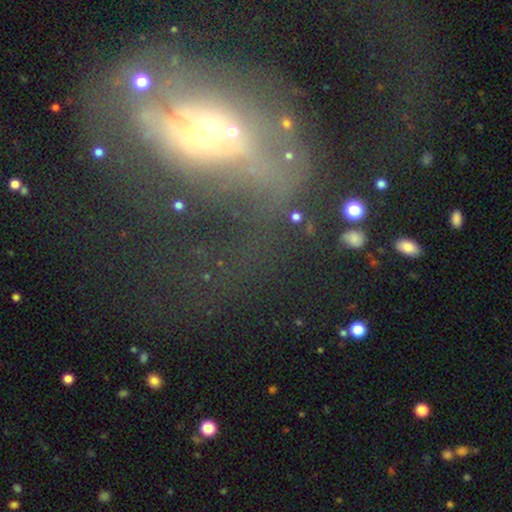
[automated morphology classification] Smooth or featured? Predicted: featured or disk (p=0.49). Merging? Predicted: major disturbance (p=0.45).